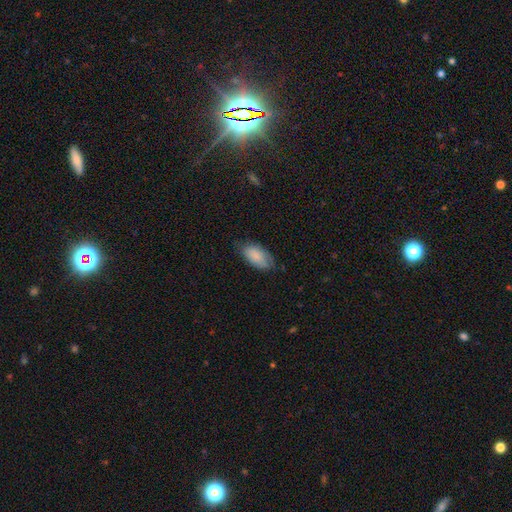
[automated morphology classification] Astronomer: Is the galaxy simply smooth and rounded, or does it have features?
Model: smooth — 84%.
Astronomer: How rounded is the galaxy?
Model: in between — 94%.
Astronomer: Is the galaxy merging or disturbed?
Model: none — 66%.